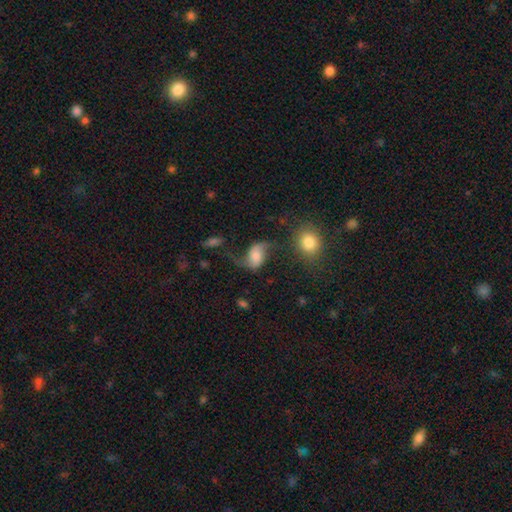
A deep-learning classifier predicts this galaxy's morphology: Smooth or featured? featured or disk (70%)
Edge-on disk? no (97%)
Bar? no (51%)
Spiral arms? yes (93%)
Spiral winding? loose (85%)
Spiral arm count? 2 (90%)
Bulge size? moderate (31%)
Merging? none (51%)